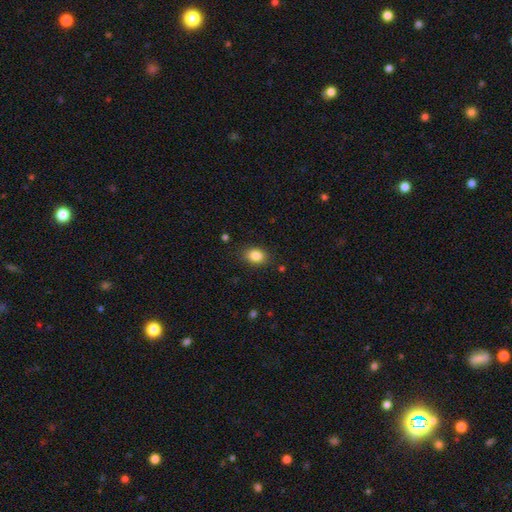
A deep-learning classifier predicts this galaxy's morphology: Smooth or featured? Predicted: smooth (p=0.85). How rounded? Predicted: in between (p=0.66). Merging? Predicted: none (p=0.86).